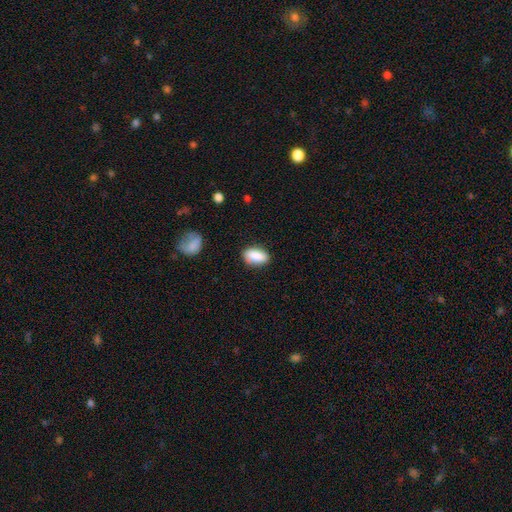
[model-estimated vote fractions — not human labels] Smooth or featured? Predicted: smooth (p=0.88). How rounded? Predicted: in between (p=0.91). Merging? Predicted: none (p=0.81).